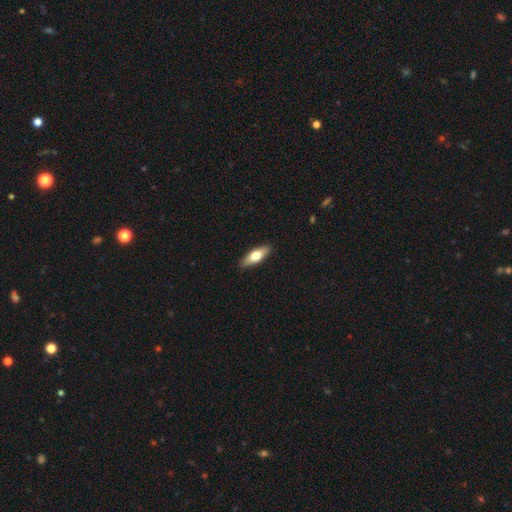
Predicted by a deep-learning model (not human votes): smooth-or-featured: smooth: 62% | featured or disk: 32% | star or artifact: 6%
  how-rounded: in between: 54% | cigar-shaped: 43% | round: 3%
  merging: none: 89% | minor disturbance: 8% | major disturbance: 2% | merger: 1%